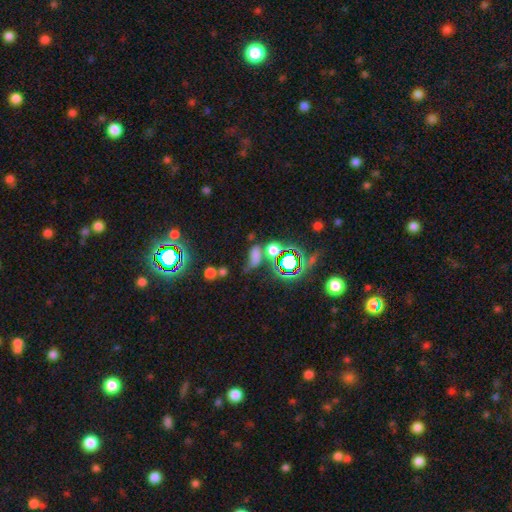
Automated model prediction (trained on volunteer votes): Q: Smooth or featured?
A: smooth (53%); runner-up: star or artifact (34%)
Q: How rounded?
A: in between (69%); runner-up: round (20%)
Q: Merging?
A: none (43%); runner-up: merger (22%)